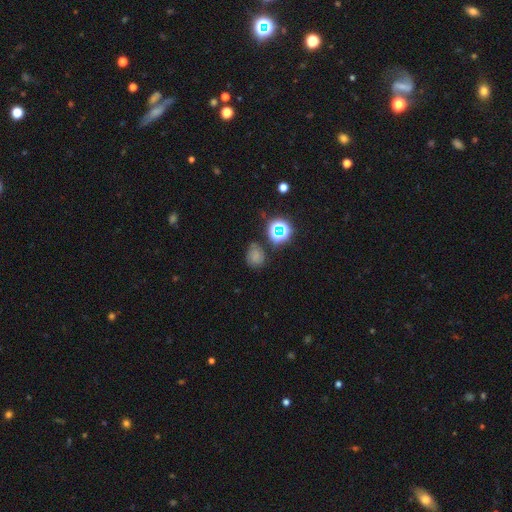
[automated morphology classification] Smooth or featured? Predicted: smooth (p=0.52). How rounded? Predicted: round (p=0.66). Merging? Predicted: none (p=0.64).